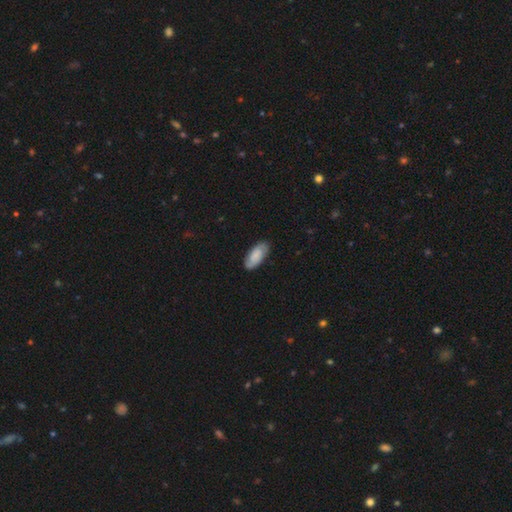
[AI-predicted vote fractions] Smooth or featured? Predicted: smooth (p=0.56). How rounded? Predicted: in between (p=0.89). Merging? Predicted: none (p=0.82).